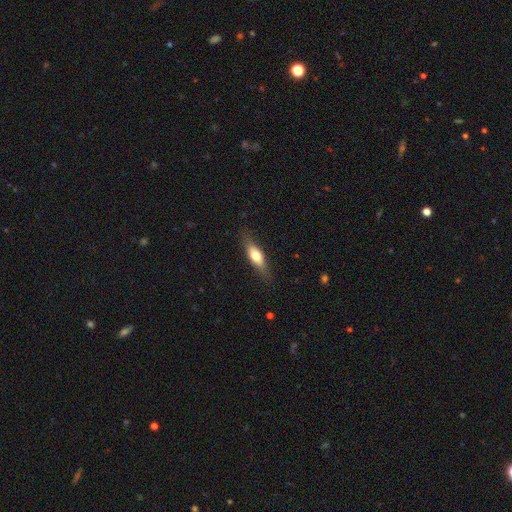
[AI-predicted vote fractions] A smooth galaxy with no disk features (62%) that is in between round and cigar-shaped (51%). Merging: none (79%).